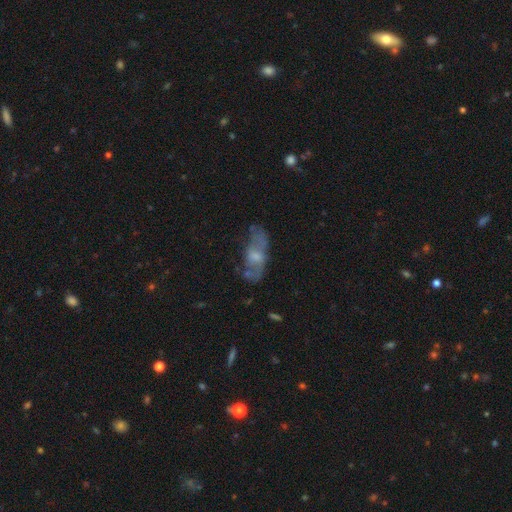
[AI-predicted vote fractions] This is possibly a featured or disk galaxy (54%). It is clearly not viewed edge-on (84%). Merging: possibly none (50%).